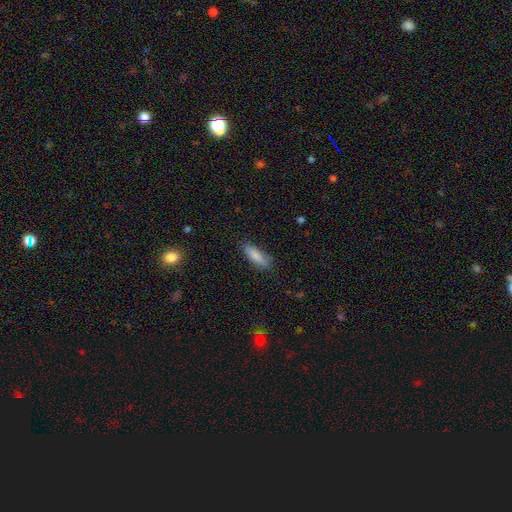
Volunteers were most divided on "how rounded": cigar-shaped: 65%, in between: 35%, round: 0%. More confident: smooth or featured — smooth (87%); merging — none (75%).